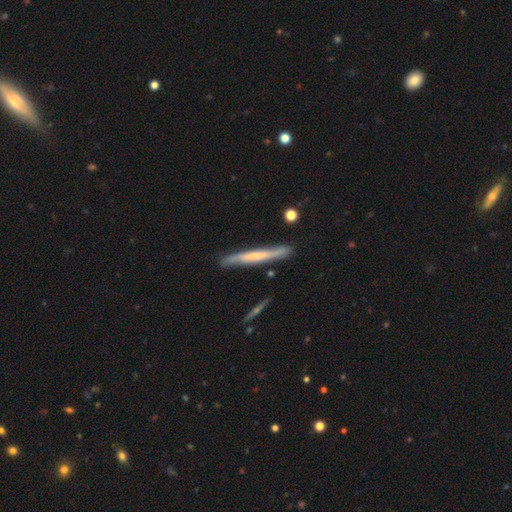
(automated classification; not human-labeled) Q: Smooth or featured?
A: featured or disk (55%); runner-up: smooth (39%)
Q: Edge-on disk?
A: yes (91%); runner-up: no (9%)
Q: Edge-on bulge?
A: none (57%); runner-up: rounded (33%)
Q: Merging?
A: none (82%); runner-up: minor disturbance (13%)